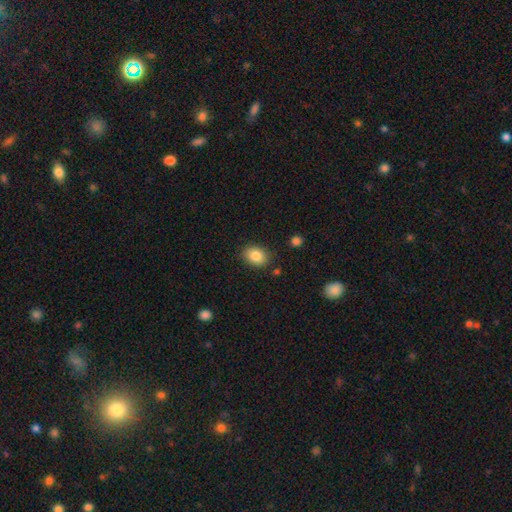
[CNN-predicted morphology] The model was most divided on "how rounded": in between: 63%, round: 36%, cigar-shaped: 1%. More confident: merging — none (85%); smooth or featured — smooth (85%).